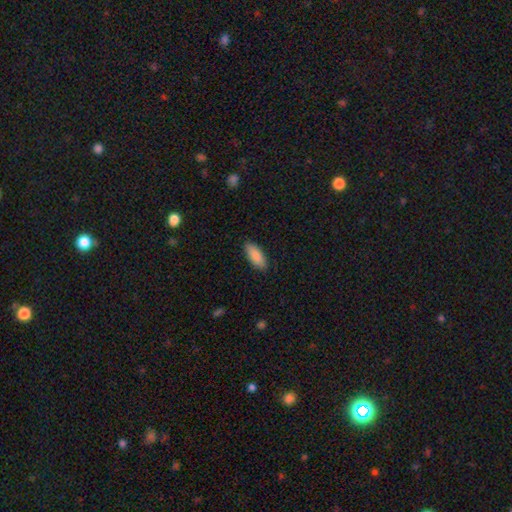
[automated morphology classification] Smooth or featured? smooth (87%)
How rounded? in between (81%)
Merging? none (86%)